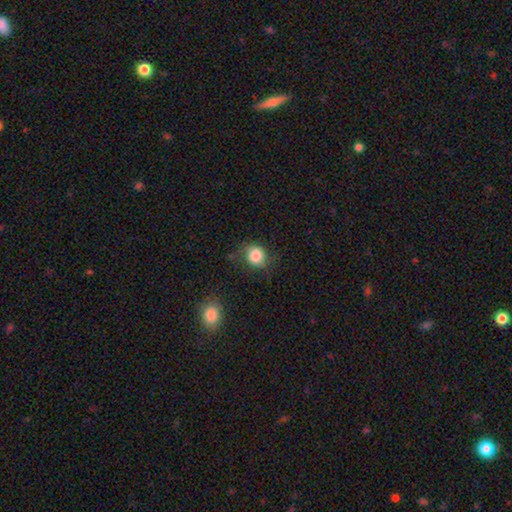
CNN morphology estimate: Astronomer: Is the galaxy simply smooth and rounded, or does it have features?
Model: smooth — 80%.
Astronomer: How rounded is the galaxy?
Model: round — 72%.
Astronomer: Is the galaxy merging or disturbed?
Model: none — 67%.